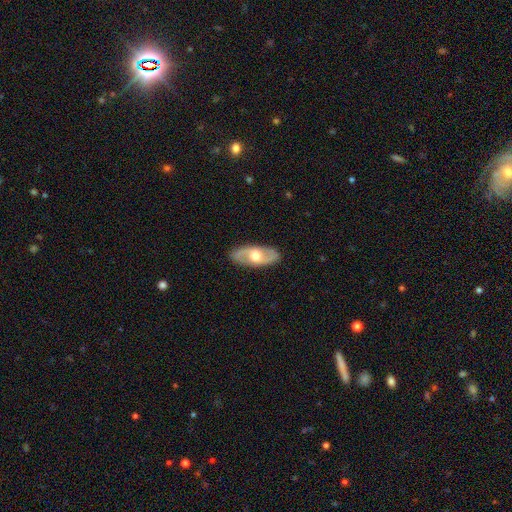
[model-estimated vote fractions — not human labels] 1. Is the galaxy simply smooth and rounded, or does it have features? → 69% featured or disk, 26% smooth, 5% star or artifact.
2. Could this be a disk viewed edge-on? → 86% no, 14% yes.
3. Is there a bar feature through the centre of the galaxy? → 65% no, 28% weak, 7% strong.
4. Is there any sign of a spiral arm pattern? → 71% yes, 29% no.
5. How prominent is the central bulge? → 68% moderate, 23% large, 7% small, 1% dominant, 1% none.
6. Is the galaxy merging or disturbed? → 87% none, 9% minor disturbance, 3% major disturbance, 1% merger.